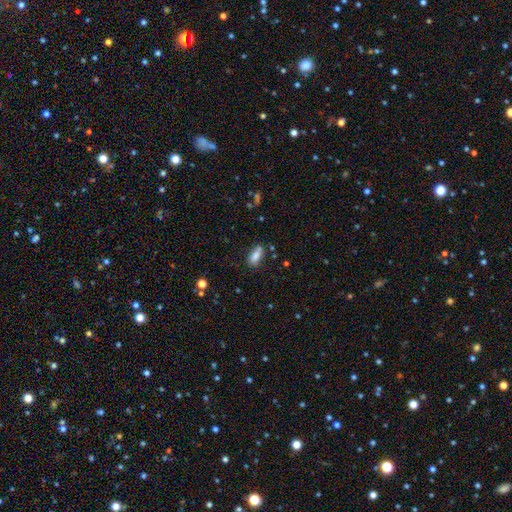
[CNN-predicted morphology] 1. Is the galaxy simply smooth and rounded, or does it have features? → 81% smooth, 10% featured or disk, 9% star or artifact.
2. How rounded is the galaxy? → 85% in between, 11% cigar-shaped, 4% round.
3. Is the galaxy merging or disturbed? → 67% none, 19% minor disturbance, 9% merger, 5% major disturbance.